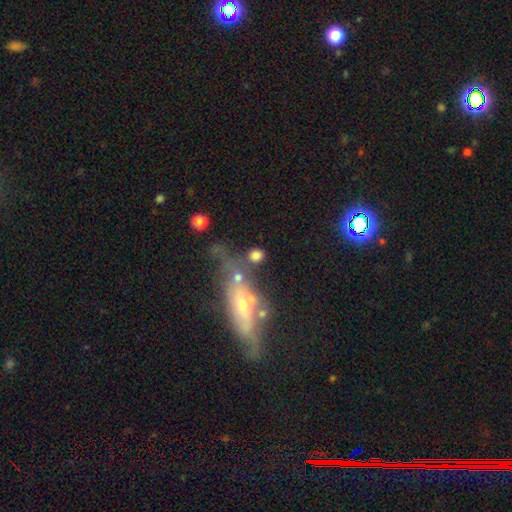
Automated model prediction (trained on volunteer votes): Smooth or featured?
  - smooth: 71% *
  - featured or disk: 16%
  - star or artifact: 13%
How rounded?
  - round: 60% *
  - in between: 34%
  - cigar-shaped: 6%
Merging?
  - none: 53% *
  - merger: 22%
  - minor disturbance: 13%
  - major disturbance: 11%